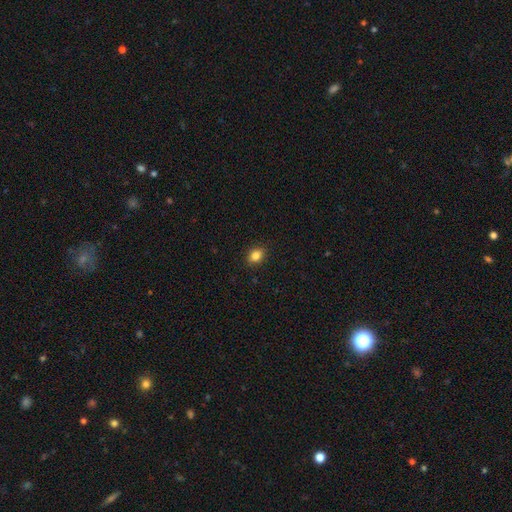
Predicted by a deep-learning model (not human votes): smooth_or_featured: smooth (p=0.85) [alt: star or artifact p=0.10]
how_rounded: in between (p=0.66) [alt: round p=0.32]
merging: none (p=0.90) [alt: minor disturbance p=0.08]